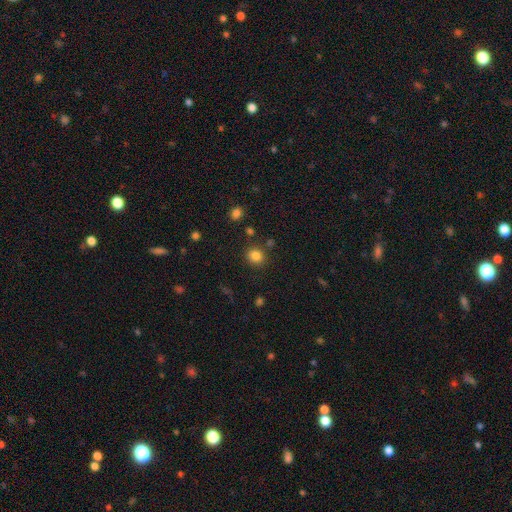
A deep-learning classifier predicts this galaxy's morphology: A smooth galaxy with no disk features (83%) that is round (81%). Merging: none (83%).